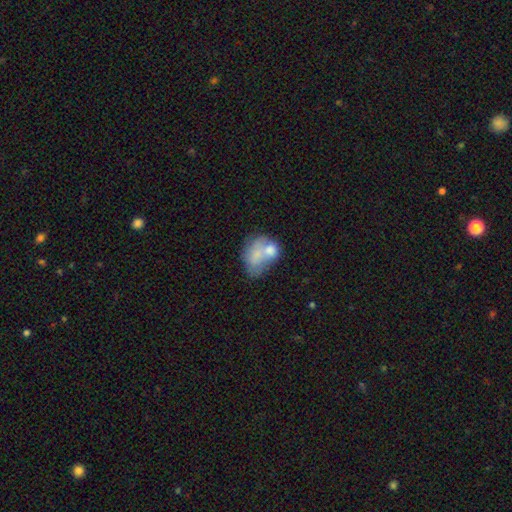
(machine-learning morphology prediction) smooth-or-featured: smooth: 61% | featured or disk: 29% | star or artifact: 9%
  how-rounded: in between: 70% | round: 29% | cigar-shaped: 1%
  merging: merger: 46% | none: 21% | major disturbance: 18% | minor disturbance: 15%